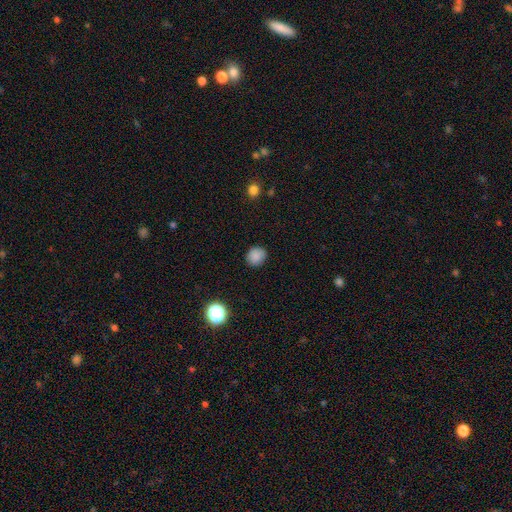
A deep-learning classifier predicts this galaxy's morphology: smooth-or-featured: smooth: 86% | star or artifact: 11% | featured or disk: 4%
  how-rounded: round: 80% | in between: 19% | cigar-shaped: 1%
  merging: none: 87% | minor disturbance: 9% | major disturbance: 2% | merger: 1%